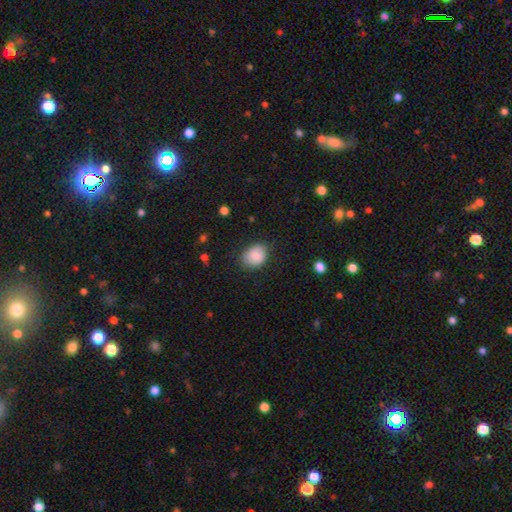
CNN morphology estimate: This is clearly a smooth galaxy (84%). How rounded: possibly in between (55%). Merging: likely none (73%).